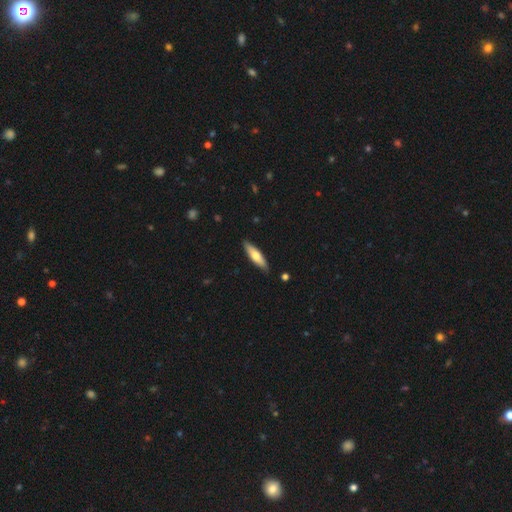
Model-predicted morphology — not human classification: The model was most divided on "smooth or featured": smooth: 62%, featured or disk: 33%, star or artifact: 5%. More confident: merging — none (87%); how rounded — cigar-shaped (66%).